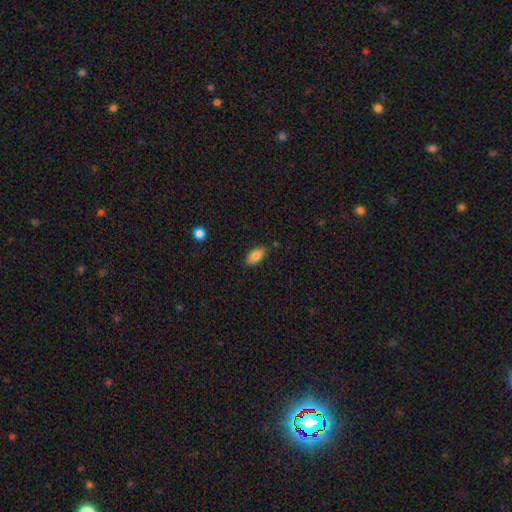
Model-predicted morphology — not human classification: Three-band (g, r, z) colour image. It shows a smooth galaxy with no disk features (82%) that is in between round and cigar-shaped (90%). Merging: none (83%).